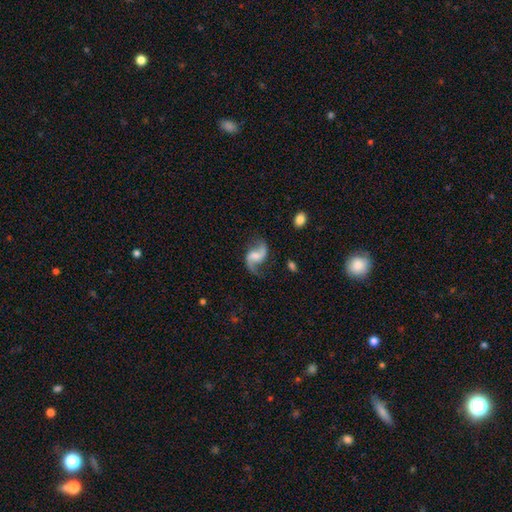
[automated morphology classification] featured or disk 87%, smooth 8%, star or artifact 5%. Down the decision tree: edge-on disk — no (98%); bar — weak (46%); spiral arms — yes (97%); spiral arm count — 2 (92%); spiral winding — loose (77%); bulge size — small (33%); merging — none (74%).